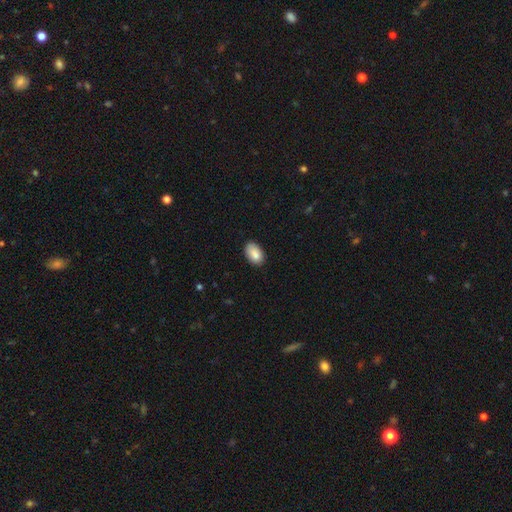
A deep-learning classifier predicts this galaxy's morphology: A smooth galaxy with no disk features (86%) that is in between round and cigar-shaped (93%). Merging: none (82%).